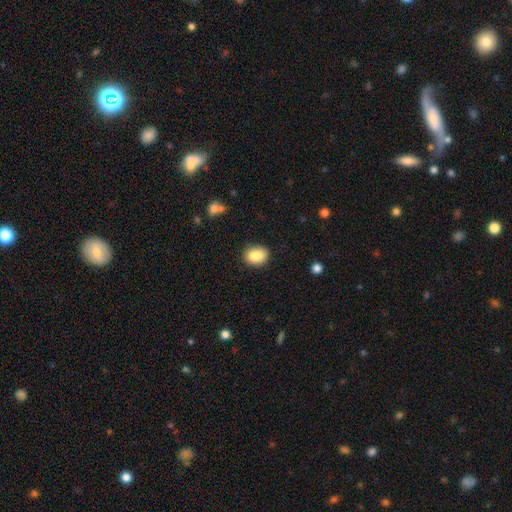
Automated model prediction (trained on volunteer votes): The model was most divided on "how rounded": in between: 63%, round: 36%, cigar-shaped: 1%. More confident: smooth or featured — smooth (87%); merging — none (76%).